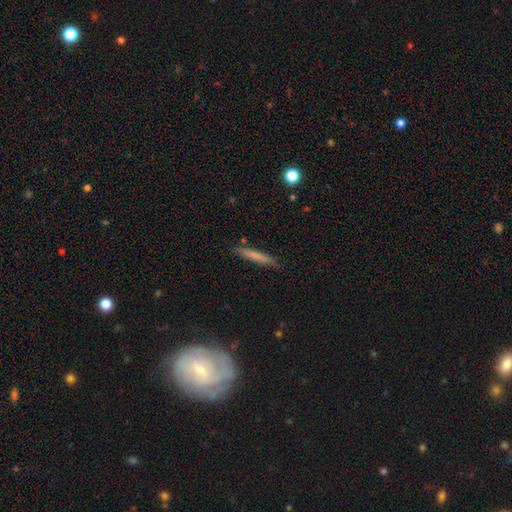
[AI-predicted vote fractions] A smooth galaxy with no disk features (71%) that is cigar-shaped (95%). Merging: none (87%).